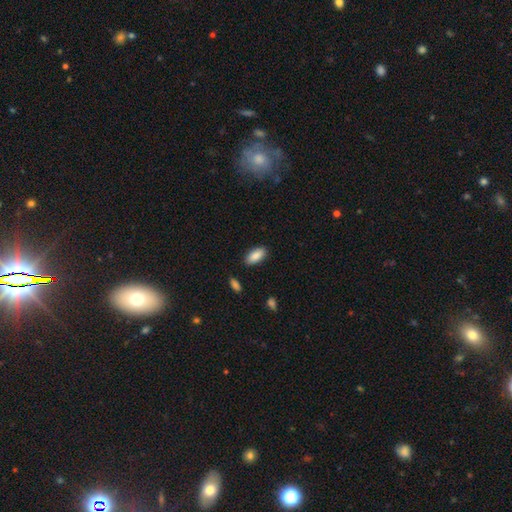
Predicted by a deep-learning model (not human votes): Morphology: type=smooth (88%); roundness=in between (91%); merging=none (88%).